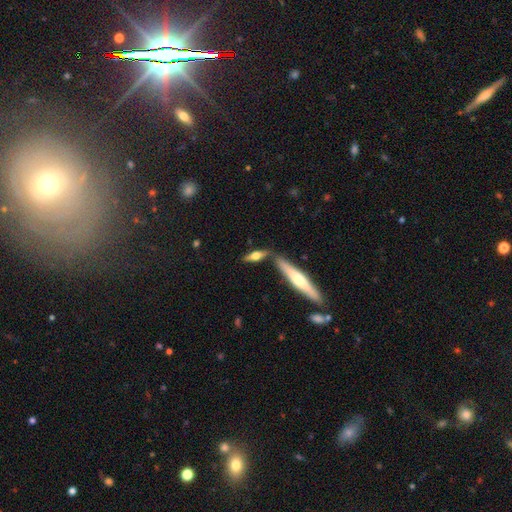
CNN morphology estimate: Q: Smooth or featured?
A: smooth (47%); runner-up: featured or disk (46%)
Q: Merging?
A: none (67%); runner-up: merger (16%)